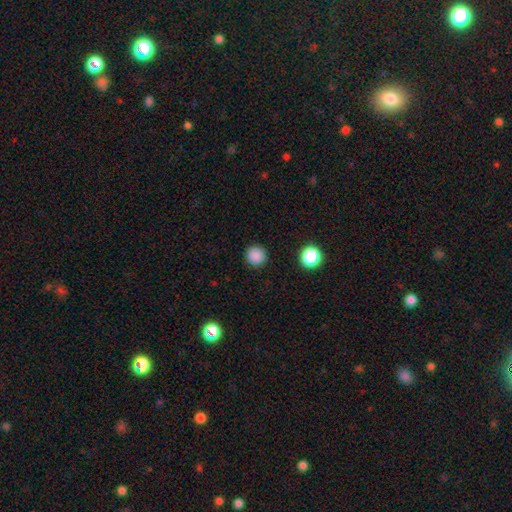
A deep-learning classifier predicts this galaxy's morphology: smooth-or-featured: smooth: 86% | star or artifact: 11% | featured or disk: 3%
  how-rounded: round: 96% | in between: 3% | cigar-shaped: 1%
  merging: none: 91% | minor disturbance: 6% | major disturbance: 2% | merger: 1%